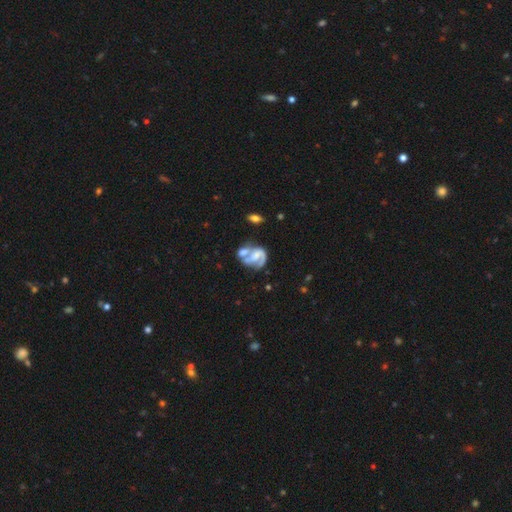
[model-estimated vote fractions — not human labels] This is likely a featured or disk galaxy (73%). It is clearly not viewed edge-on (98%). Bar: possibly no (49%). Spiral arm pattern: clearly yes (82%). Spiral arm count: likely 2 (65%). Spiral winding: marginally medium (45%). Central bulge: marginally none (32%). Merging: possibly merger (45%).